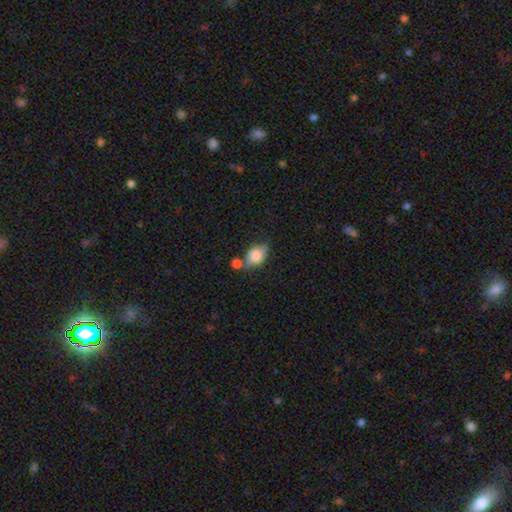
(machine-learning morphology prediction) smooth_or_featured: smooth (p=0.78) [alt: featured or disk p=0.14]
how_rounded: in between (p=0.76) [alt: round p=0.22]
merging: none (p=0.40) [alt: merger p=0.30]